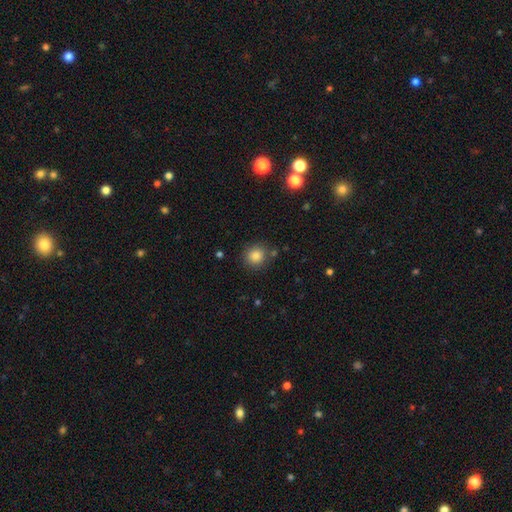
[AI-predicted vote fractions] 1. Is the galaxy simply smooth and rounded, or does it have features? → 84% smooth, 11% star or artifact, 5% featured or disk.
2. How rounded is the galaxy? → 91% round, 8% in between, 1% cigar-shaped.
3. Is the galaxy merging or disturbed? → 84% none, 9% minor disturbance, 4% merger, 3% major disturbance.